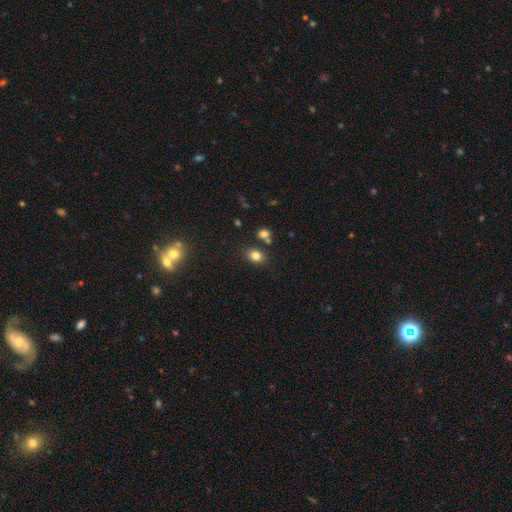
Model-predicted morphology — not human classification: type=smooth (80%); roundness=in between (61%); merging=none (74%).